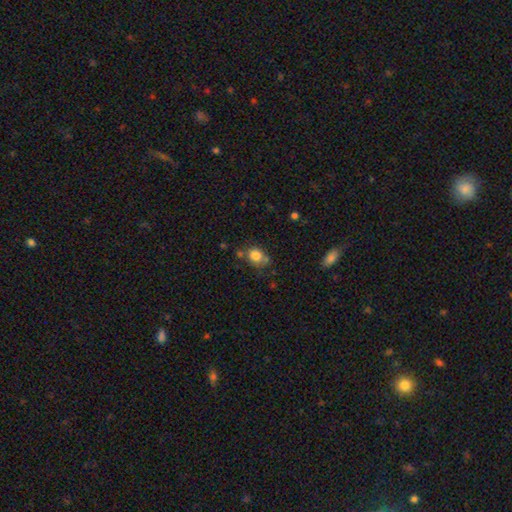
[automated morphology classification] Smooth or featured? Predicted: smooth (p=0.81). How rounded? Predicted: round (p=0.60). Merging? Predicted: none (p=0.60).